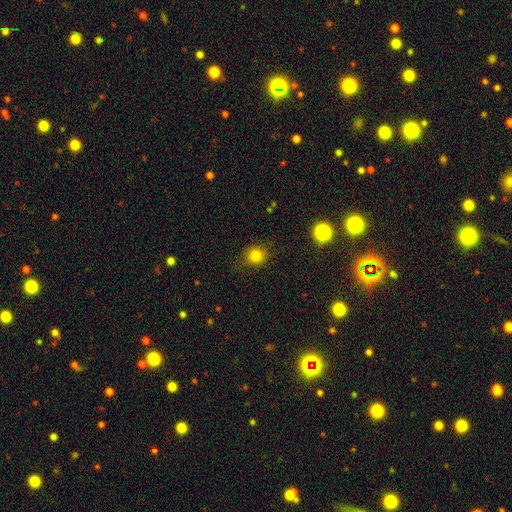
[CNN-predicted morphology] A smooth galaxy with no disk features (80%) that is round (83%).

Vote fractions:
- Smooth or featured? smooth: 80% / star or artifact: 14% / featured or disk: 6%
- How rounded? round: 83% / in between: 16% / cigar-shaped: 1%
- Merging? none: 82% / minor disturbance: 12% / major disturbance: 4% / merger: 1%